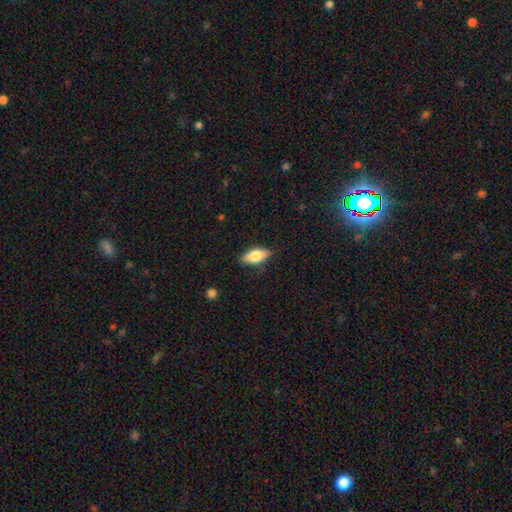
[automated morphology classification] Smooth or featured? Predicted: smooth (p=0.74). How rounded? Predicted: in between (p=0.82). Merging? Predicted: none (p=0.81).